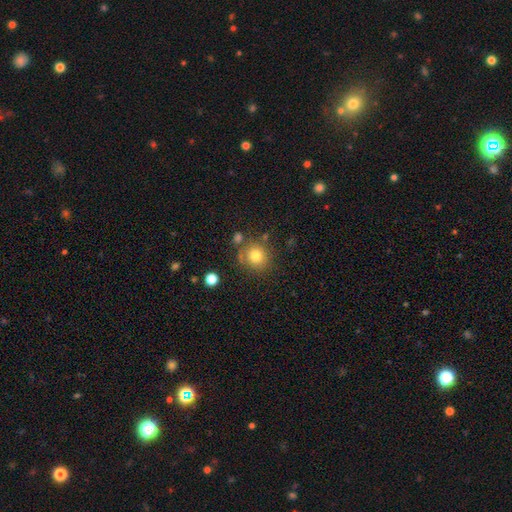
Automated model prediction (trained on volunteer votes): Smooth or featured? smooth (78%)
How rounded? round (90%)
Merging? none (73%)